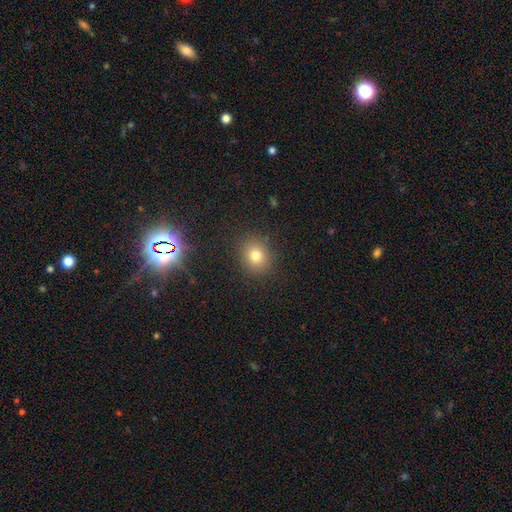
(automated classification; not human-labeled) This appears to be a smooth galaxy with no disk features (78%) that is round (74%). Merging: none (87%).